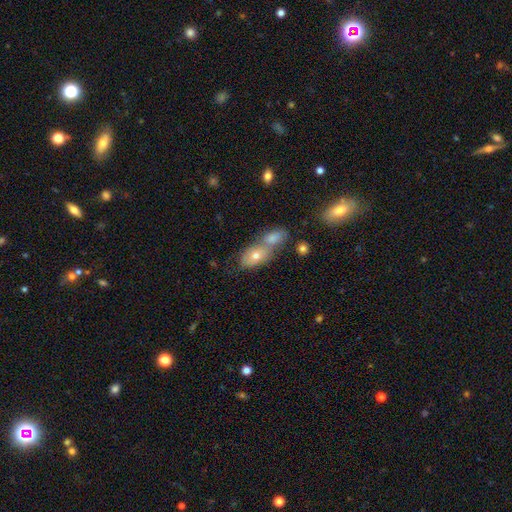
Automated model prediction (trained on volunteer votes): The model was most divided on "merging": merger: 54%, none: 31%, minor disturbance: 10%, major disturbance: 4%. More confident: how rounded — in between (83%); smooth or featured — smooth (66%).